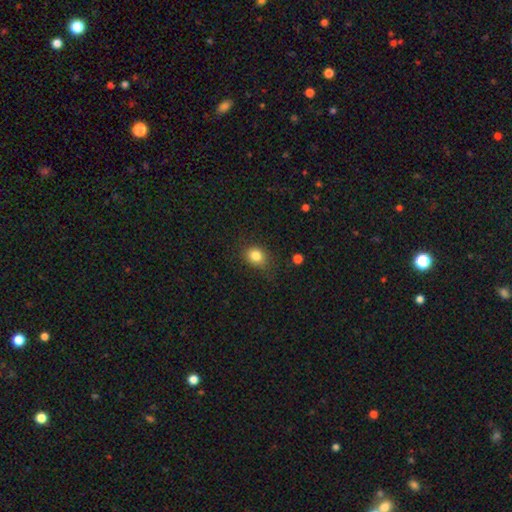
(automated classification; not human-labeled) A smooth galaxy with no disk features (83%) that is round (57%). Merging: none (75%).